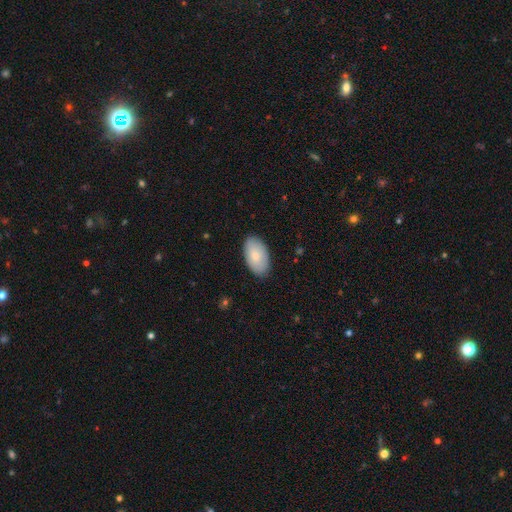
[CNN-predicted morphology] smooth_or_featured: smooth (p=0.80) [alt: featured or disk p=0.15]
how_rounded: in between (p=0.95) [alt: round p=0.03]
merging: none (p=0.86) [alt: minor disturbance p=0.11]